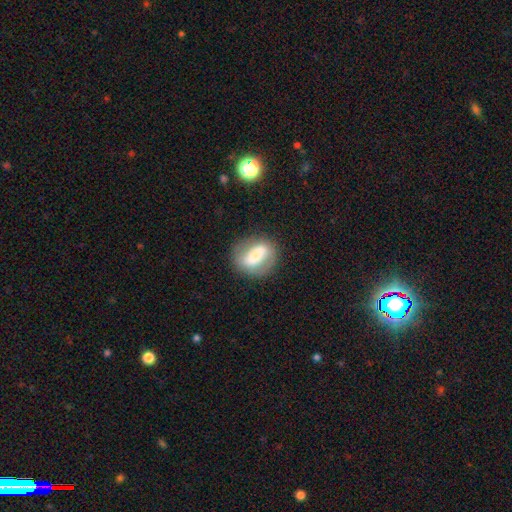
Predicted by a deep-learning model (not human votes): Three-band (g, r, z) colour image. It shows a smooth galaxy with no disk features (53%) that is in between round and cigar-shaped (58%). Merging: none (69%).